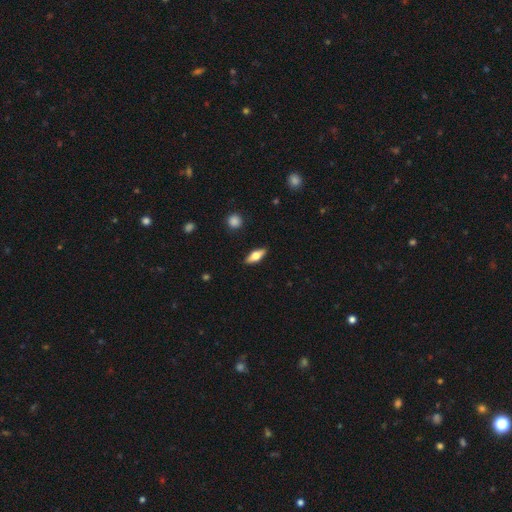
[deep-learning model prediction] Morphology: type=smooth (53%); roundness=in between (65%); merging=none (88%).